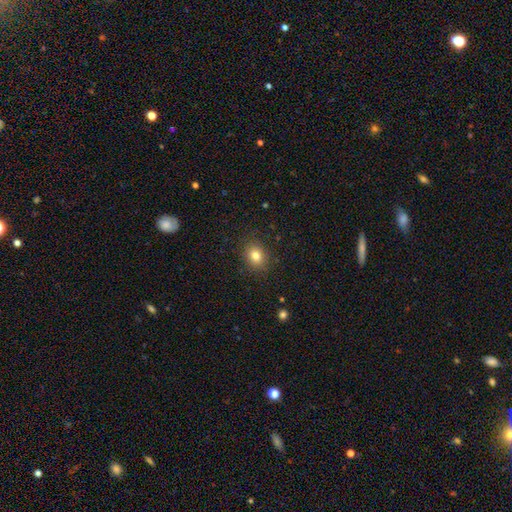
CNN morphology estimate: A smooth galaxy with no disk features (81%) that is round (57%). Merging: none (88%).